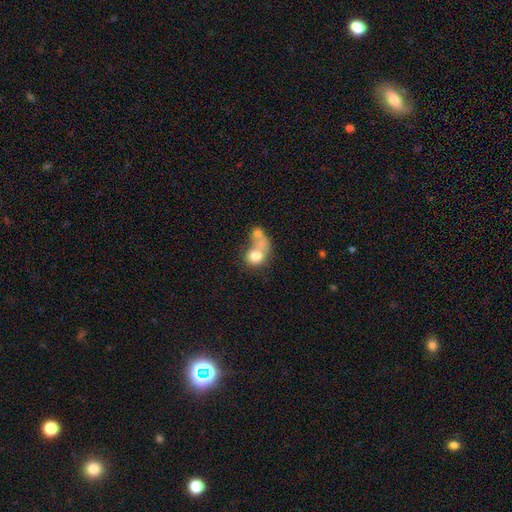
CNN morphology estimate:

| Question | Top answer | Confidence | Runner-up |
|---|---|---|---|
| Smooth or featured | smooth | 71% | featured or disk (21%) |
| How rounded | round | 58% | in between (40%) |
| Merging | merger | 61% | major disturbance (16%) |